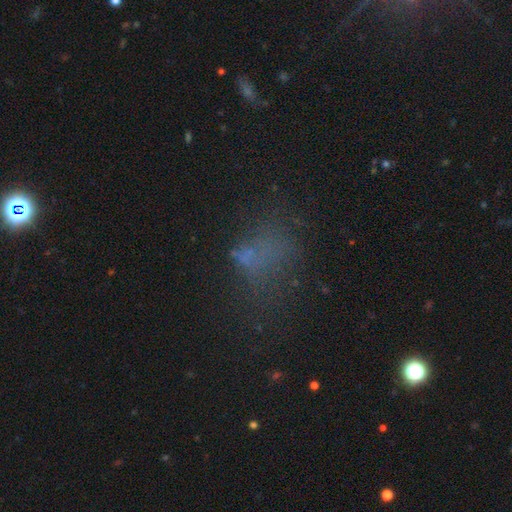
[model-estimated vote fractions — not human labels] Overall: smooth (38%; star or artifact 36%). Merging: none (41%; major disturbance 33%).